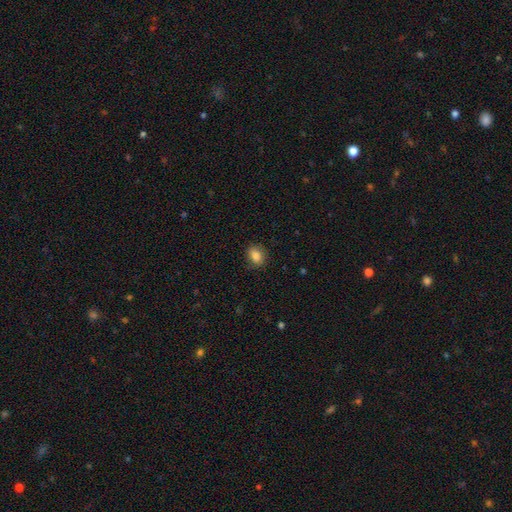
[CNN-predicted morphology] smooth 84%, star or artifact 10%, featured or disk 7%. Down the decision tree: how rounded — in between (51%); merging — none (86%).